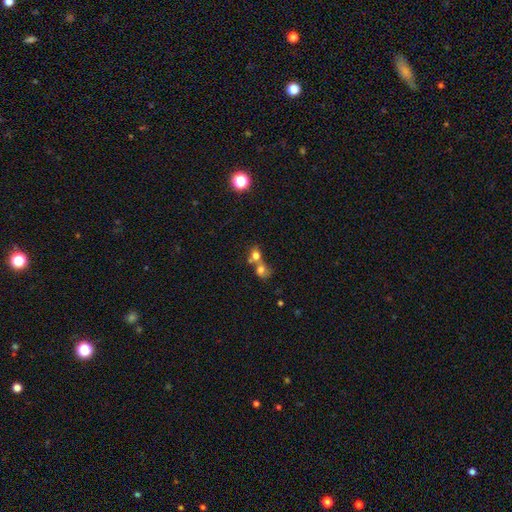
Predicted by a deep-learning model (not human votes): This appears to be a smooth galaxy with no disk features (71%) that is round (68%). Merging: merger (67%).